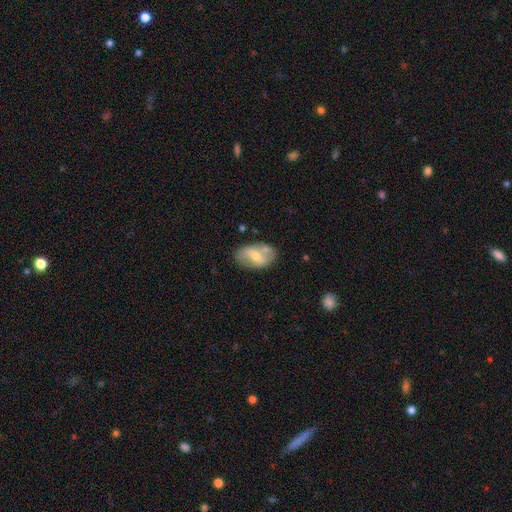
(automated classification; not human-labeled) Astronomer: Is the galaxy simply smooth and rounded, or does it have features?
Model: featured or disk — 56% (runner-up: smooth, 37%).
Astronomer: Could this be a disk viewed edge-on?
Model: no — 93%.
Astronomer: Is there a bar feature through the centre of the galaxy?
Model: weak — 39% (runner-up: no, 36%).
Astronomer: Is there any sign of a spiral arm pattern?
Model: yes — 62% (runner-up: no, 38%).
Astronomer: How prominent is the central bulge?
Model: moderate — 49% (runner-up: small, 47%).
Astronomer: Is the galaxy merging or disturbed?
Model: none — 67%.